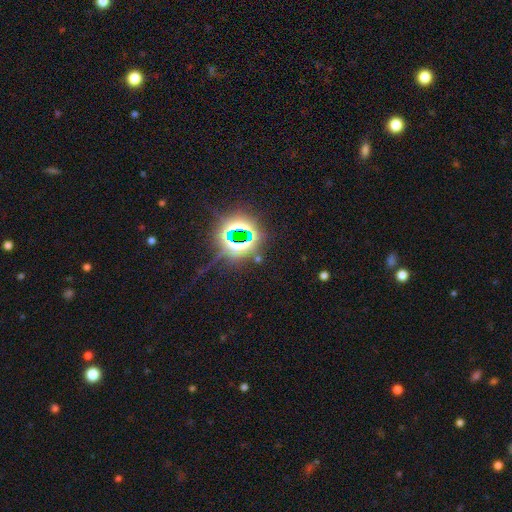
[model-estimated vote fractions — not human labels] The model was most divided on "smooth or featured": star or artifact: 78%, smooth: 11%, featured or disk: 10%.